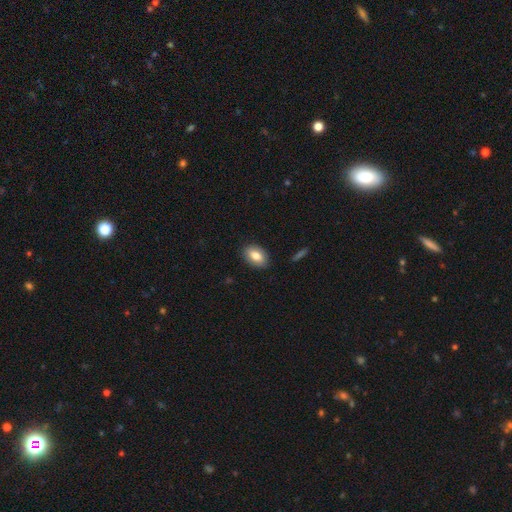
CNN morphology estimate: The model was most divided on "smooth or featured": smooth: 80%, featured or disk: 13%, star or artifact: 7%. More confident: how rounded — in between (90%); merging — none (87%).